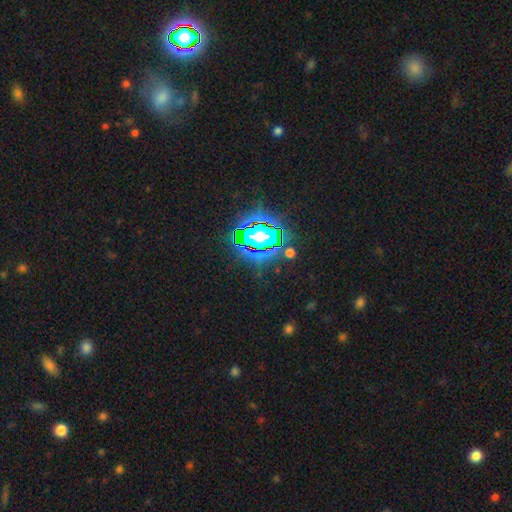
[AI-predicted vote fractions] Smooth or featured? Predicted: star or artifact (p=0.83).